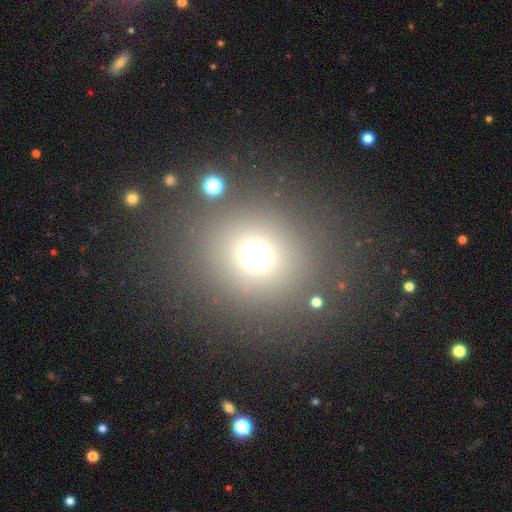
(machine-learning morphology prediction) Q: Smooth or featured?
A: smooth (67%); runner-up: star or artifact (25%)
Q: How rounded?
A: round (85%); runner-up: in between (14%)
Q: Merging?
A: none (81%); runner-up: minor disturbance (8%)